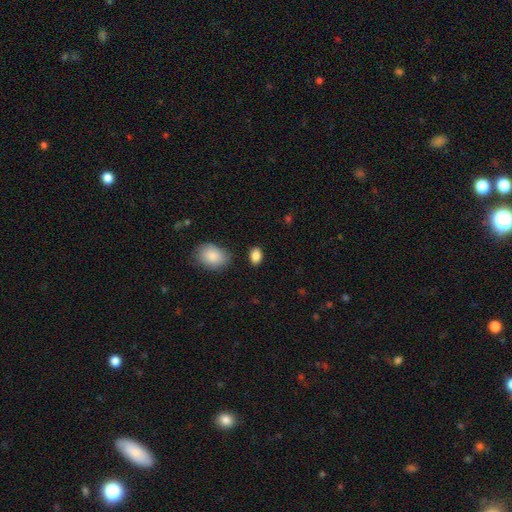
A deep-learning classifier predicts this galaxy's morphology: Smooth or featured? Predicted: smooth (p=0.88). How rounded? Predicted: in between (p=0.84). Merging? Predicted: none (p=0.84).